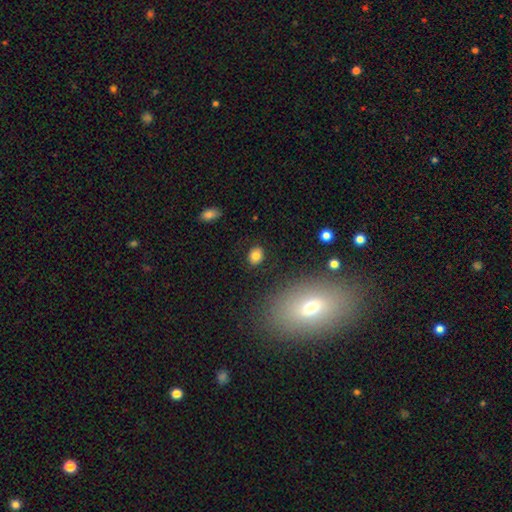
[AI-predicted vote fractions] Smooth or featured?
  - smooth: 80% *
  - star or artifact: 11%
  - featured or disk: 9%
How rounded?
  - in between: 53% *
  - round: 45%
  - cigar-shaped: 1%
Merging?
  - none: 86% *
  - minor disturbance: 9%
  - major disturbance: 3%
  - merger: 2%